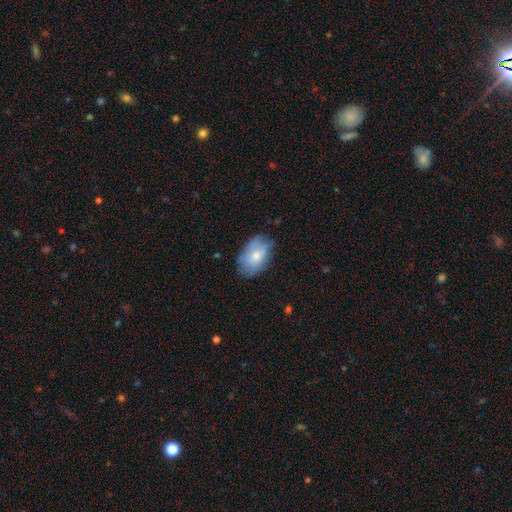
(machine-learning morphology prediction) Smooth or featured? smooth (70%)
How rounded? in between (89%)
Merging? none (67%)